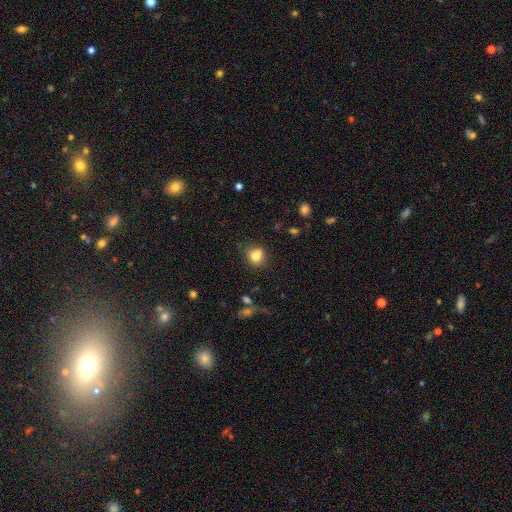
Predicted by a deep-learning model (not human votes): This appears to be a smooth galaxy with no disk features (80%) that is round (70%). Merging: none (64%).